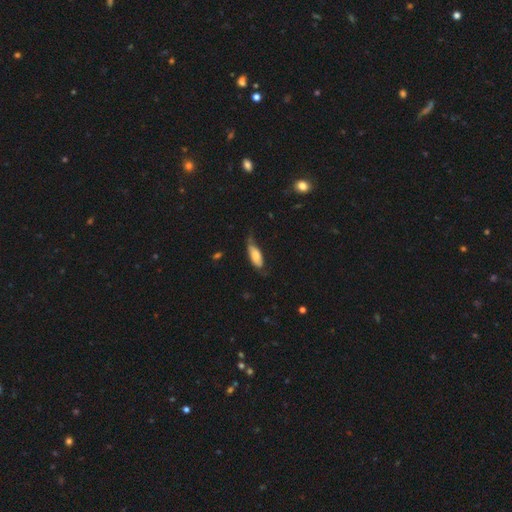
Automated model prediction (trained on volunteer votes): A smooth galaxy with no disk features (73%) that is in between round and cigar-shaped (76%). Merging: none (41%).